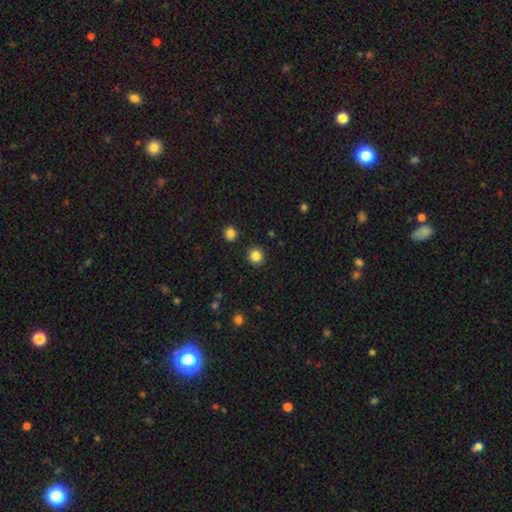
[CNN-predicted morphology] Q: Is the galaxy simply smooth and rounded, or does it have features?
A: smooth — 85%.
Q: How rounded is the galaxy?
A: round — 92%.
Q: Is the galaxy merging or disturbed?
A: none — 92%.